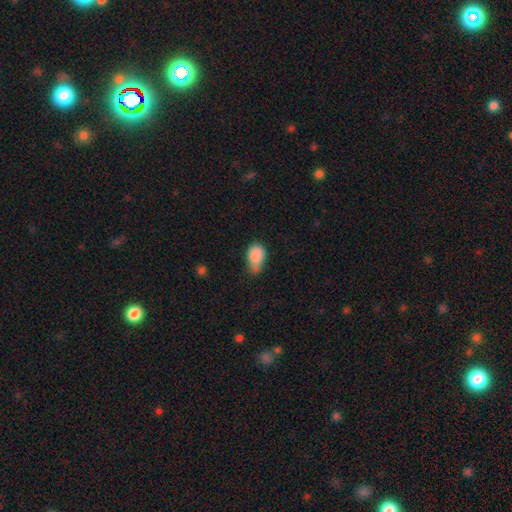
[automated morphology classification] type=smooth (84%); roundness=in between (86%); merging=minor disturbance (46%).